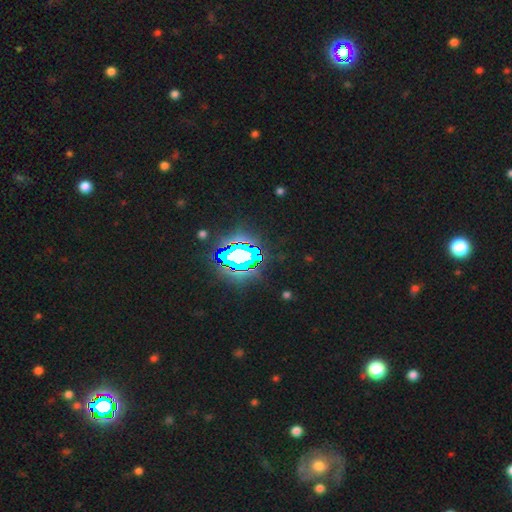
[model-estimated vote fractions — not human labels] Smooth or featured? star or artifact (74%)